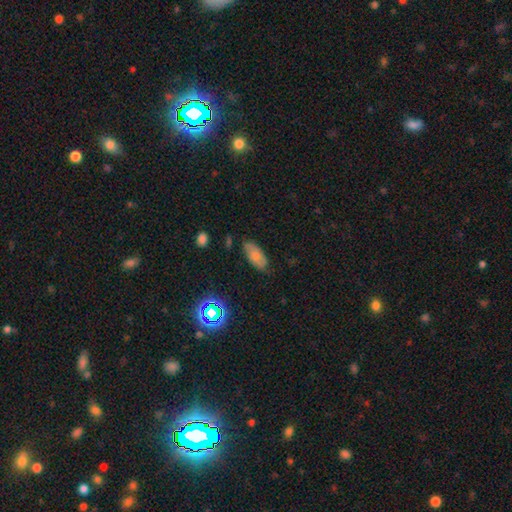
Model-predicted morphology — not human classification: Q: Smooth or featured?
A: smooth (71%); runner-up: featured or disk (18%)
Q: How rounded?
A: in between (89%); runner-up: cigar-shaped (8%)
Q: Merging?
A: none (73%); runner-up: minor disturbance (21%)